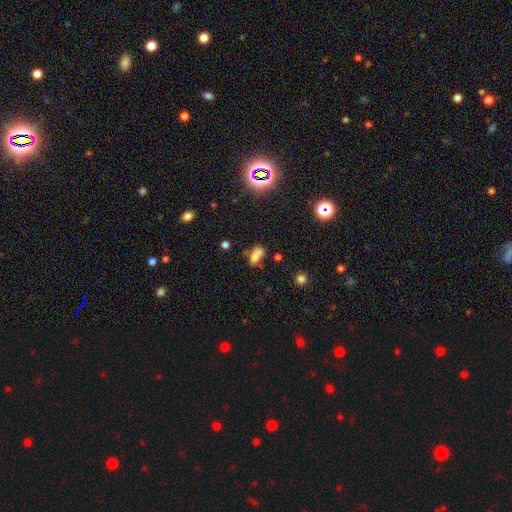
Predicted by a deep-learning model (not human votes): A smooth galaxy with no disk features (64%) that is in between round and cigar-shaped (75%). Merging: merger (47%).